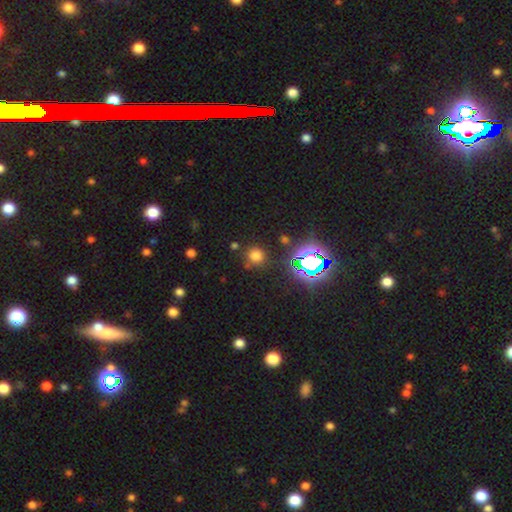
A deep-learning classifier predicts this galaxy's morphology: Smooth or featured: smooth — 66% (star or artifact — 28%)
How rounded: round — 91% (in between — 8%)
Merging: none — 83% (minor disturbance — 9%)